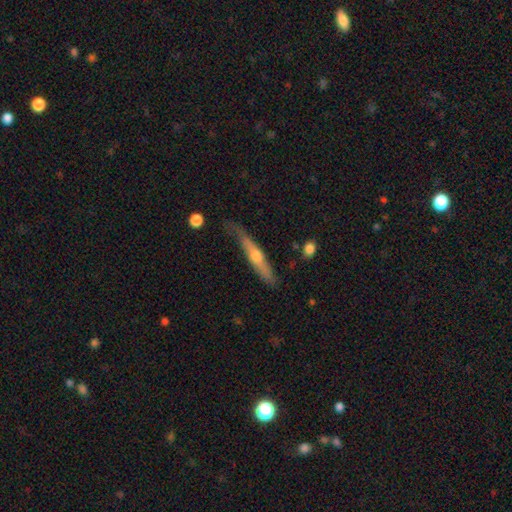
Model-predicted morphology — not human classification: A featured or disk galaxy (60%) viewed edge-on (89%) with a rounded central bulge (84%).

Vote fractions:
- Smooth or featured? featured or disk: 60% / smooth: 34% / star or artifact: 6%
- Edge-on disk? yes: 89% / no: 11%
- Edge-on bulge? rounded: 84% / none: 13% / boxy: 3%
- Merging? none: 63% / minor disturbance: 27% / major disturbance: 7% / merger: 2%